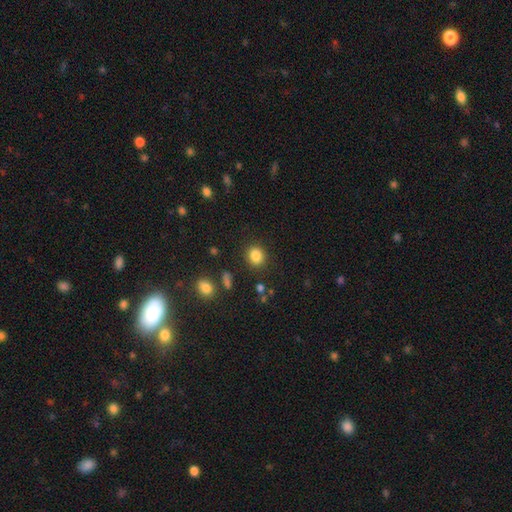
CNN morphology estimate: This is clearly a smooth galaxy (85%). How rounded: likely round (67%). Merging: clearly none (87%).